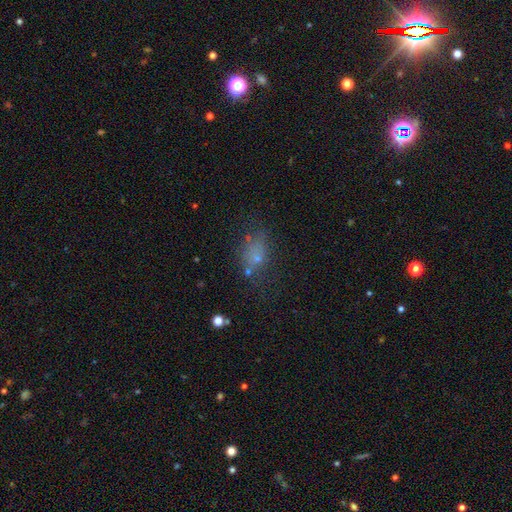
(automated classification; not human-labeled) smooth_or_featured: smooth (p=0.60) [alt: star or artifact p=0.22]
how_rounded: in between (p=0.72) [alt: round p=0.25]
merging: none (p=0.51) [alt: minor disturbance p=0.24]